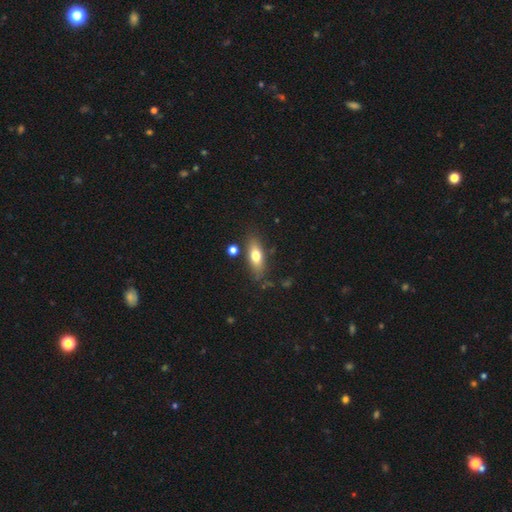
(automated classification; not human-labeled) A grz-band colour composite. It shows a smooth galaxy with no disk features (69%) that is in between round and cigar-shaped (67%). Merging: none (78%).